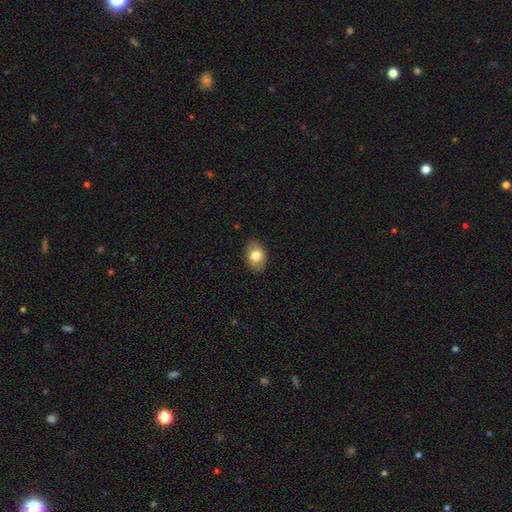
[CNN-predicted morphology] This appears to be a smooth galaxy with no disk features (78%) that is in between round and cigar-shaped (77%). Merging: none (88%).